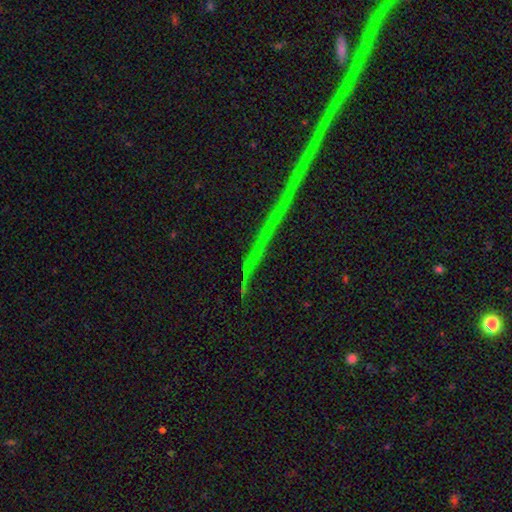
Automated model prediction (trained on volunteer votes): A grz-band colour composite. It shows a star or artifact, not a galaxy (73%).